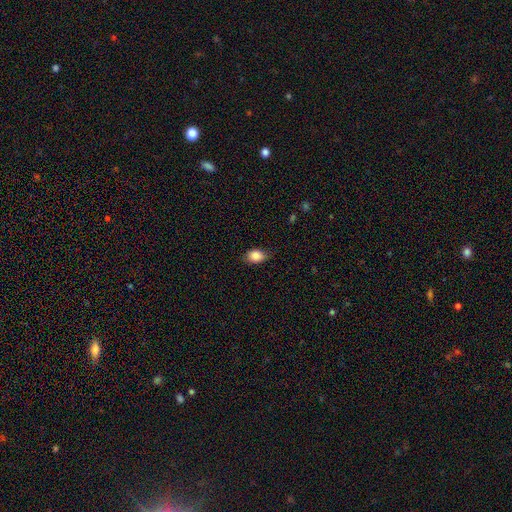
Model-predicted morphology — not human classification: type=smooth (87%); roundness=in between (78%); merging=none (76%).